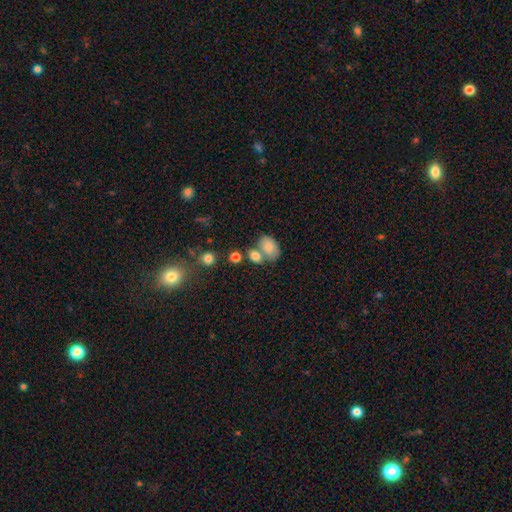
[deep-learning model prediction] Overall: smooth (79%). How rounded: in between (67%; round 32%). Merging: none (44%; merger 38%).